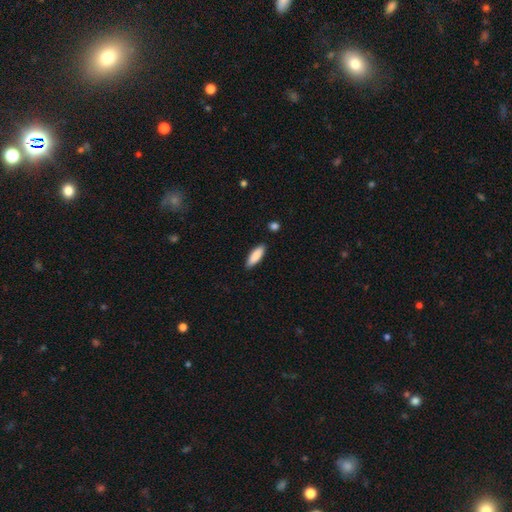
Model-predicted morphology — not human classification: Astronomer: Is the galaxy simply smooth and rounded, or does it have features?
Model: smooth — 87%.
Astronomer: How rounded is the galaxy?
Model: in between — 55% (runner-up: cigar-shaped, 43%).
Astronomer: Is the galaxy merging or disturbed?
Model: none — 87%.